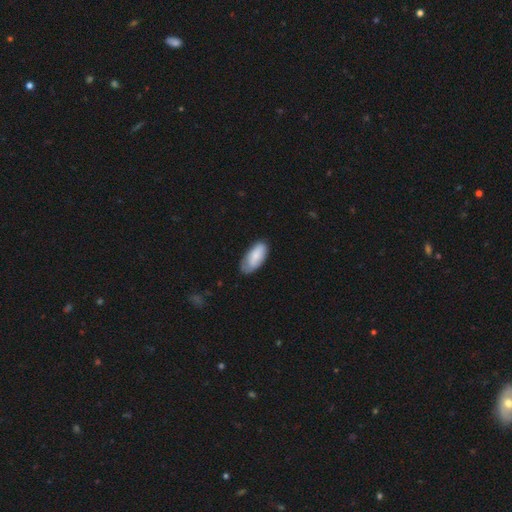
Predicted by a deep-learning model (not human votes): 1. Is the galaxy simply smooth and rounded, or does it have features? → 80% smooth, 15% featured or disk, 6% star or artifact.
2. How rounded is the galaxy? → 89% in between, 9% cigar-shaped, 2% round.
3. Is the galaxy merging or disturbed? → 64% none, 29% minor disturbance, 6% major disturbance, 2% merger.